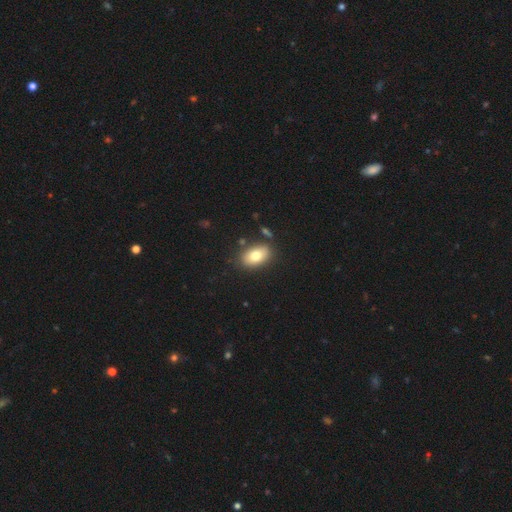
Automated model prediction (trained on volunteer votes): A smooth galaxy with no disk features (77%) that is in between round and cigar-shaped (90%). Merging: none (81%).